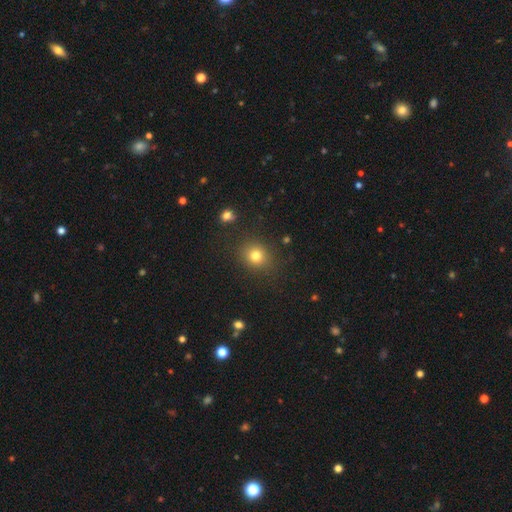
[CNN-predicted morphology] smooth-or-featured: smooth: 79% | star or artifact: 14% | featured or disk: 7%
  how-rounded: round: 79% | in between: 20% | cigar-shaped: 1%
  merging: none: 85% | minor disturbance: 9% | major disturbance: 3% | merger: 3%